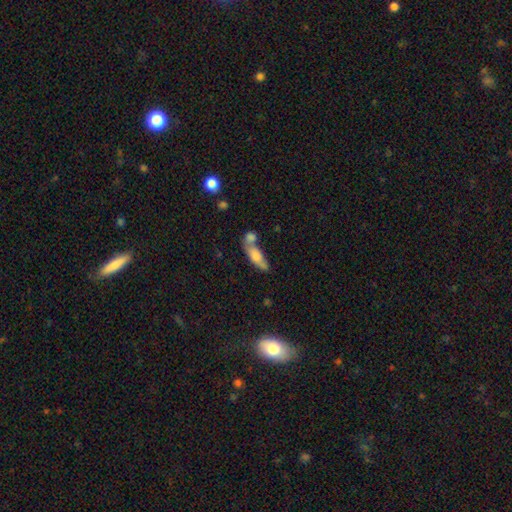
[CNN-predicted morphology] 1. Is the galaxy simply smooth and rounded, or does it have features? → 69% smooth, 24% featured or disk, 7% star or artifact.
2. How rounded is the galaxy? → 55% in between, 42% cigar-shaped, 3% round.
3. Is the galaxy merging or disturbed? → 43% merger, 35% none, 14% minor disturbance, 7% major disturbance.